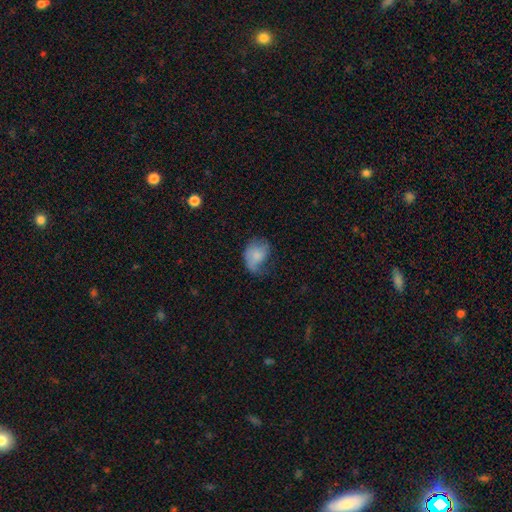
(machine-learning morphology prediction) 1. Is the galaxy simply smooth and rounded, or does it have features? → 67% smooth, 25% featured or disk, 8% star or artifact.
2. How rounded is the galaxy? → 61% in between, 38% round, 1% cigar-shaped.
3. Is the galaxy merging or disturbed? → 35% minor disturbance, 33% major disturbance, 30% none, 2% merger.